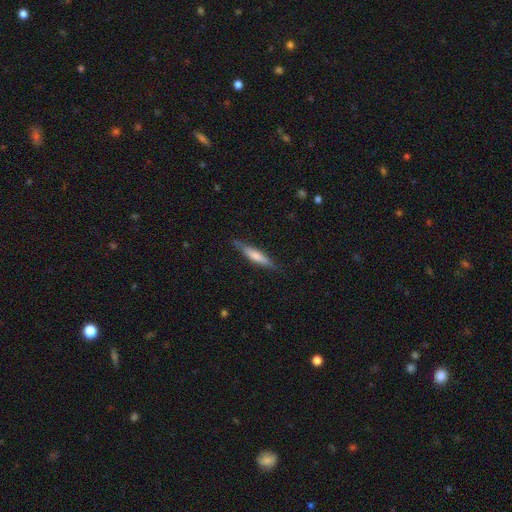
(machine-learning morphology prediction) The model was most divided on "smooth or featured": smooth: 56%, featured or disk: 38%, star or artifact: 6%. More confident: how rounded — cigar-shaped (88%); merging — none (83%).